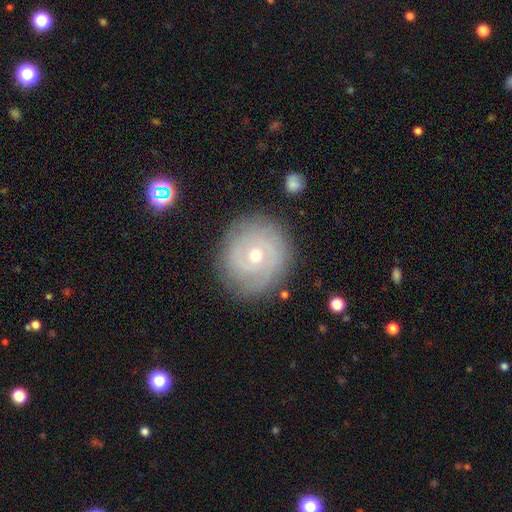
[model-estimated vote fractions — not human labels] Q: Smooth or featured?
A: featured or disk (79%); runner-up: smooth (15%)
Q: Edge-on disk?
A: no (98%); runner-up: yes (2%)
Q: Bar?
A: no (71%); runner-up: weak (24%)
Q: Spiral arms?
A: yes (91%); runner-up: no (9%)
Q: Spiral winding?
A: tight (75%); runner-up: medium (20%)
Q: Spiral arm count?
A: 2 (43%); runner-up: can't tell (27%)
Q: Bulge size?
A: moderate (54%); runner-up: small (42%)
Q: Merging?
A: none (83%); runner-up: minor disturbance (12%)